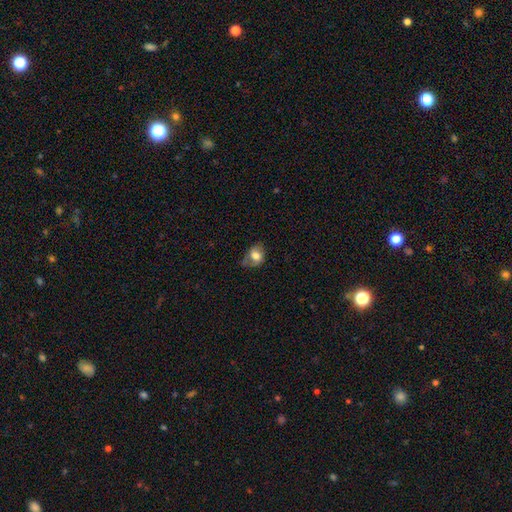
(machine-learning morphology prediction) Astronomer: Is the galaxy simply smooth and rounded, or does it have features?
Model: smooth — 72%.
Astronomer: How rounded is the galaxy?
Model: in between — 61% (runner-up: round, 38%).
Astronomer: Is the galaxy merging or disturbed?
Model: none — 43% (runner-up: minor disturbance, 37%).